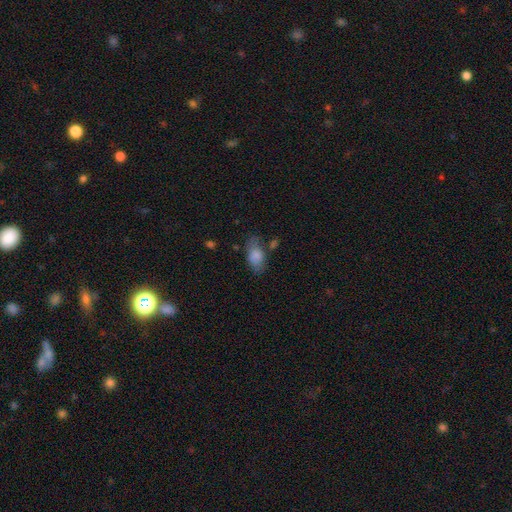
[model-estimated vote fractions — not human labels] This is likely a smooth galaxy (79%). How rounded: clearly in between (90%). Merging: possibly none (55%).